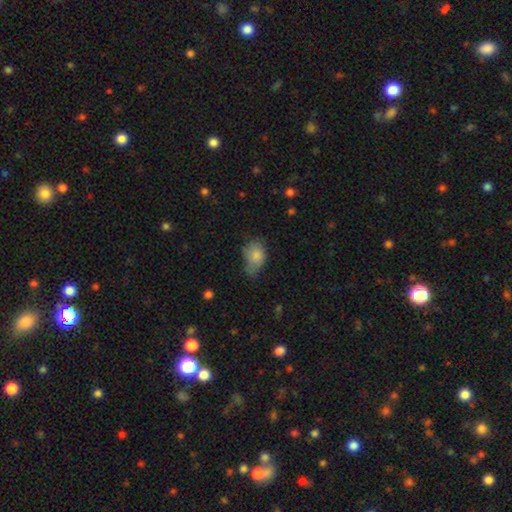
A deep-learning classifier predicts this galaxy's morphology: smooth 78%, featured or disk 14%, star or artifact 8%. Down the decision tree: how rounded — in between (76%); merging — minor disturbance (43%).